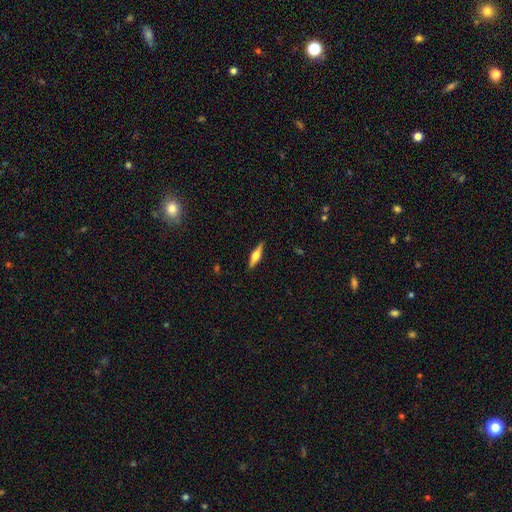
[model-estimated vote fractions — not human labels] Q: Smooth or featured?
A: featured or disk (56%); runner-up: smooth (37%)
Q: Edge-on disk?
A: yes (96%); runner-up: no (4%)
Q: Edge-on bulge?
A: rounded (91%); runner-up: boxy (6%)
Q: Merging?
A: none (89%); runner-up: minor disturbance (8%)